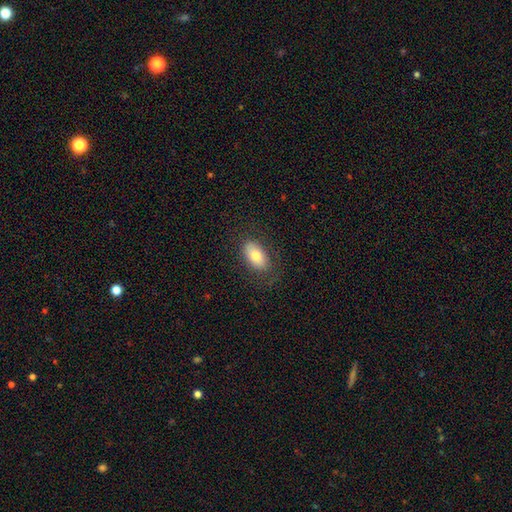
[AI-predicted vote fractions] This appears to be a smooth galaxy with no disk features (76%) that is in between round and cigar-shaped (92%). Merging: none (80%).